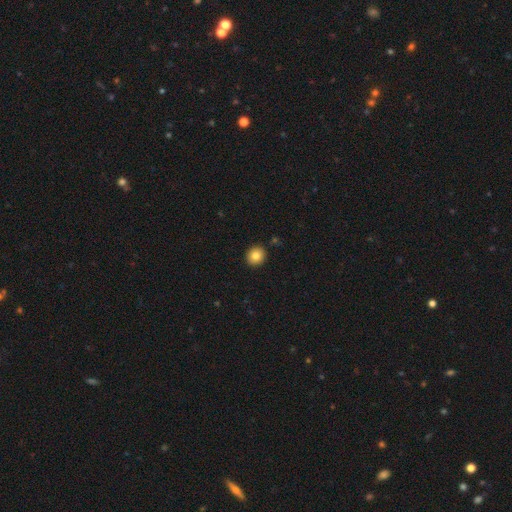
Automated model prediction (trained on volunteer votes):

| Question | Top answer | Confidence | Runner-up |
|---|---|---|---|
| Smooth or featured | smooth | 83% | star or artifact (9%) |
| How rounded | round | 80% | in between (20%) |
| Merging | none | 91% | minor disturbance (6%) |